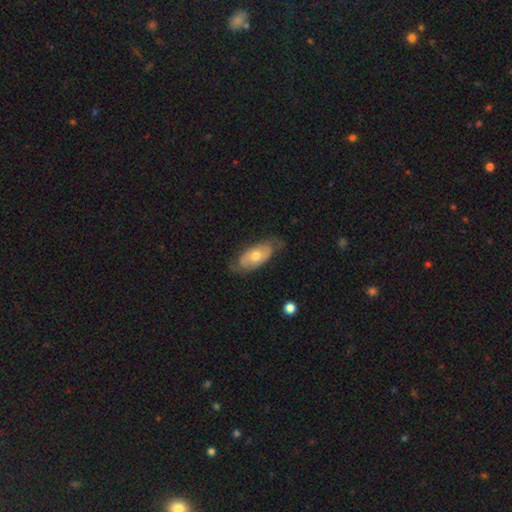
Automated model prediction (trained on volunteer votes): The model was most divided on "smooth or featured": featured or disk: 48%, smooth: 47%, star or artifact: 5%. More confident: merging — none (65%).